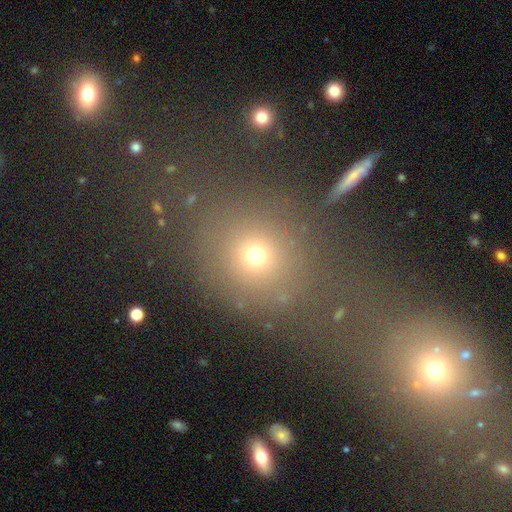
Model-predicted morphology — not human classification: A smooth galaxy with no disk features (64%) that is round (64%). Merging: none (64%).